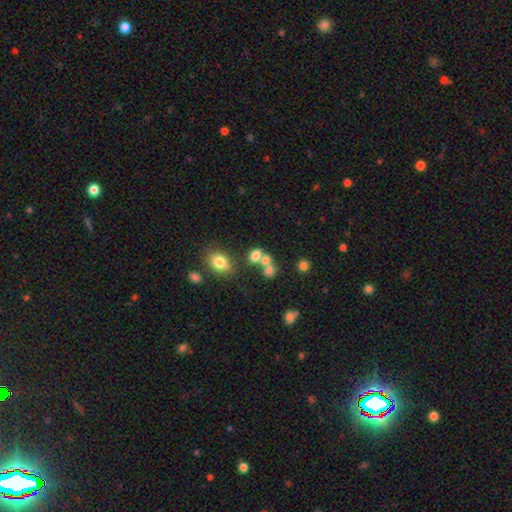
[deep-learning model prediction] Smooth or featured: smooth — 70% (featured or disk — 15%)
How rounded: in between — 56% (round — 43%)
Merging: merger — 52% (none — 34%)